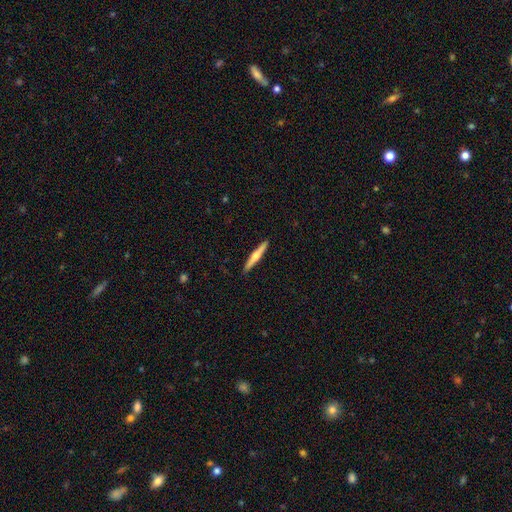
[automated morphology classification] Smooth or featured?
  - featured or disk: 56% *
  - smooth: 39%
  - star or artifact: 5%
Edge-on disk?
  - yes: 97% *
  - no: 3%
Edge-on bulge?
  - rounded: 86% *
  - none: 10%
  - boxy: 5%
Merging?
  - none: 92% *
  - minor disturbance: 6%
  - major disturbance: 1%
  - merger: 1%